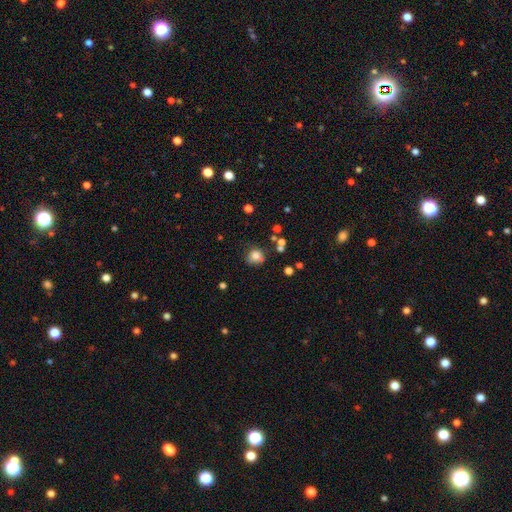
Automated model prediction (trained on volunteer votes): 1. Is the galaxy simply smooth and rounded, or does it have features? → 78% smooth, 12% star or artifact, 10% featured or disk.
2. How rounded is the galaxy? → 81% round, 18% in between, 1% cigar-shaped.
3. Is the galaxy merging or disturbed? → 65% none, 21% minor disturbance, 8% major disturbance, 6% merger.